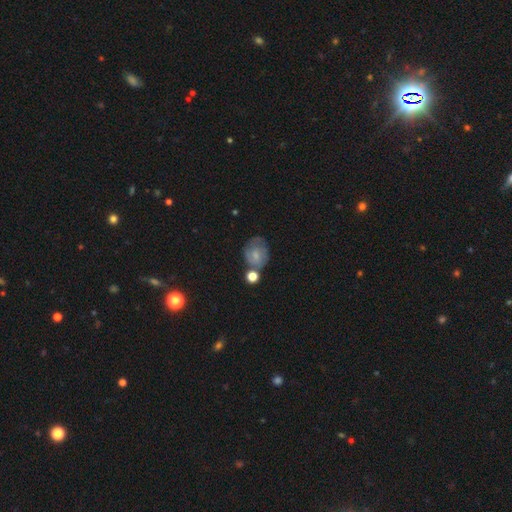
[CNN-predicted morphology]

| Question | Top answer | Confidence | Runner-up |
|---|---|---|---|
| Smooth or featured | smooth | 50% | featured or disk (40%) |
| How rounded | round | 63% | in between (36%) |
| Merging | none | 53% | minor disturbance (23%) |